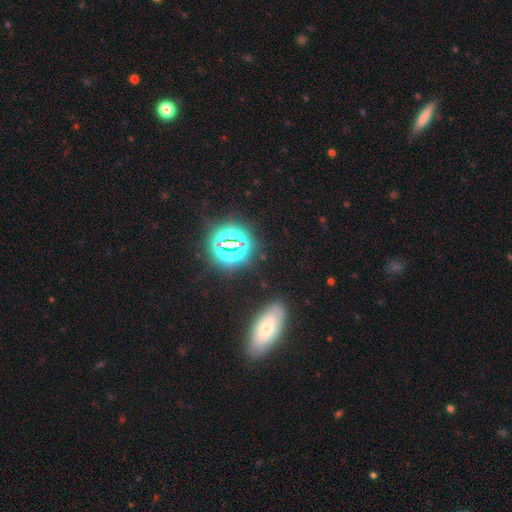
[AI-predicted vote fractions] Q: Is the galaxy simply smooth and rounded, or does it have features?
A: star or artifact — 52%.